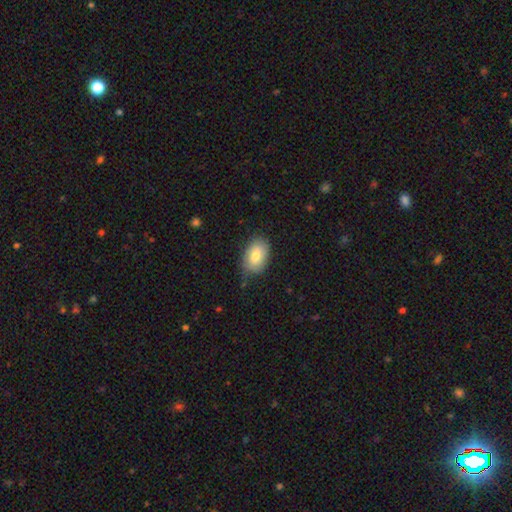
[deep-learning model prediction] smooth-or-featured: smooth: 78% | featured or disk: 15% | star or artifact: 7%
  how-rounded: in between: 88% | round: 10% | cigar-shaped: 1%
  merging: none: 77% | minor disturbance: 18% | major disturbance: 3% | merger: 1%